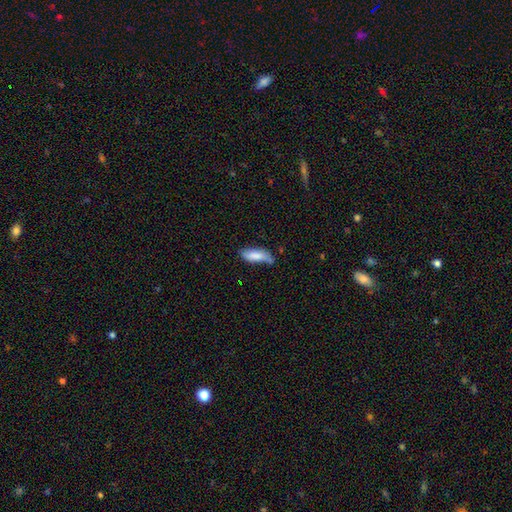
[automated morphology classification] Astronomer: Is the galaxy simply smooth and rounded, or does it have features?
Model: smooth — 79%.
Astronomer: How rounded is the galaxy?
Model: in between — 67%.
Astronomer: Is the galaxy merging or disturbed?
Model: none — 48% (runner-up: minor disturbance, 35%).